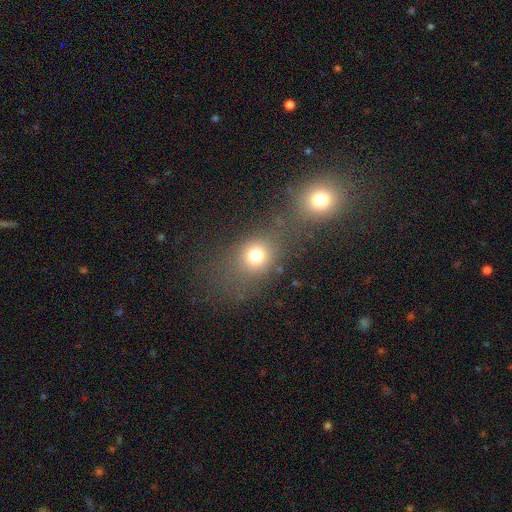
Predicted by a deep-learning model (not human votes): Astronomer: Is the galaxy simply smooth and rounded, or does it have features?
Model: smooth — 74%.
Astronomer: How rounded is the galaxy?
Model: round — 58% (runner-up: in between, 41%).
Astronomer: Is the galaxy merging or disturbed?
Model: none — 60%.